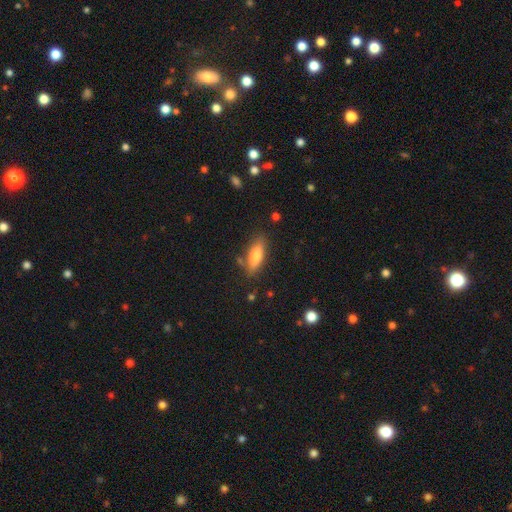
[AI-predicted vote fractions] Smooth or featured? smooth (70%)
How rounded? in between (53%)
Merging? none (79%)